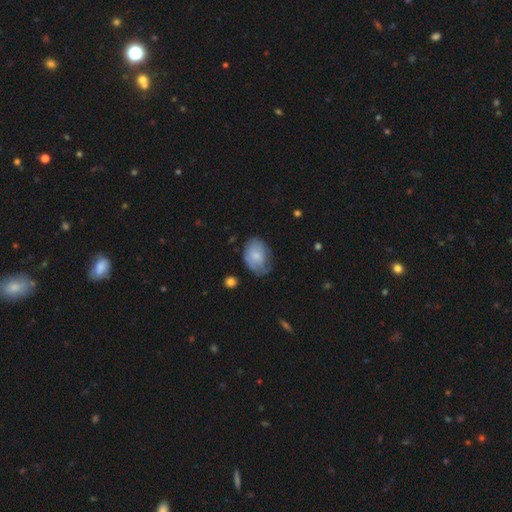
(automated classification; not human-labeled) Smooth or featured? smooth (64%)
How rounded? in between (80%)
Merging? none (56%)